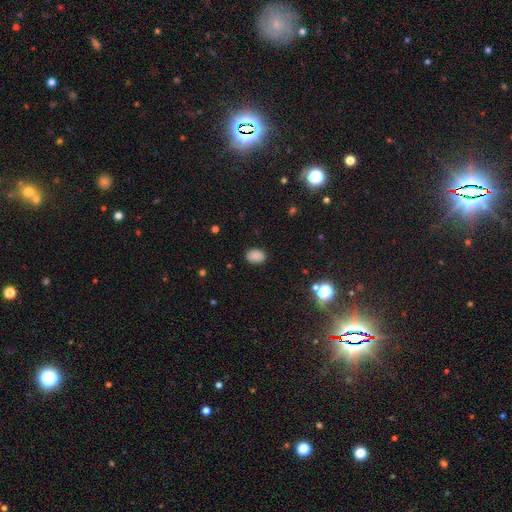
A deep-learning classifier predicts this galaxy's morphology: smooth-or-featured: smooth: 84% | star or artifact: 11% | featured or disk: 5%
  how-rounded: in between: 73% | round: 26% | cigar-shaped: 1%
  merging: none: 85% | minor disturbance: 11% | major disturbance: 3% | merger: 1%